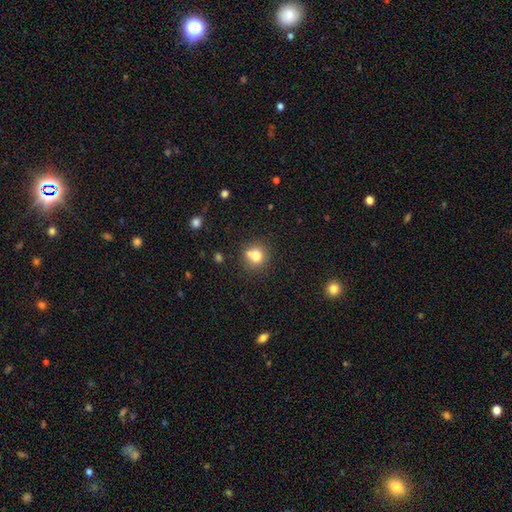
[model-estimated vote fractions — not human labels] Smooth or featured: smooth — 75% (featured or disk — 12%)
How rounded: round — 87% (in between — 12%)
Merging: none — 63% (merger — 22%)